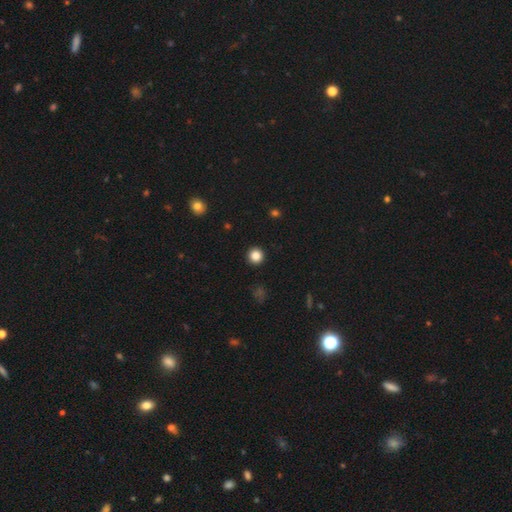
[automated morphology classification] smooth 85%, star or artifact 11%, featured or disk 4%. Down the decision tree: how rounded — round (95%); merging — none (93%).